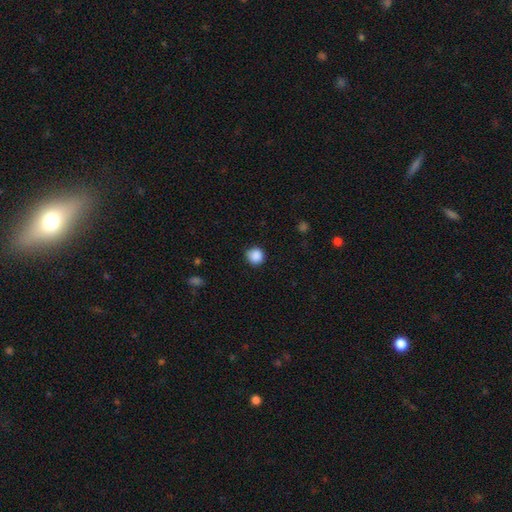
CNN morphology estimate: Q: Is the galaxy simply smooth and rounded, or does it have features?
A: smooth — 88%.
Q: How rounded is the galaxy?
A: round — 92%.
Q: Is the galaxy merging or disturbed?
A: none — 85%.